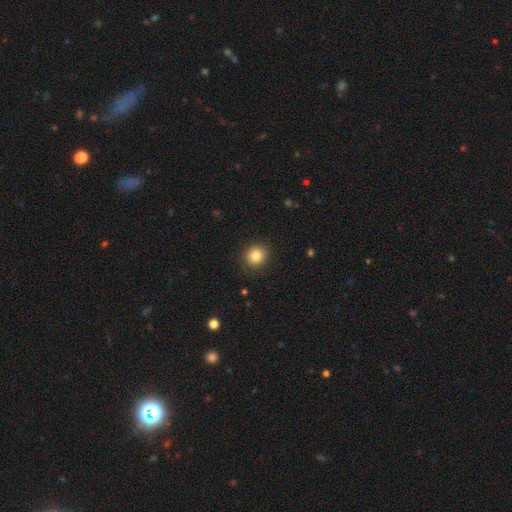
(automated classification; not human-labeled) smooth 84%, star or artifact 10%, featured or disk 6%. Down the decision tree: how rounded — round (85%); merging — none (89%).